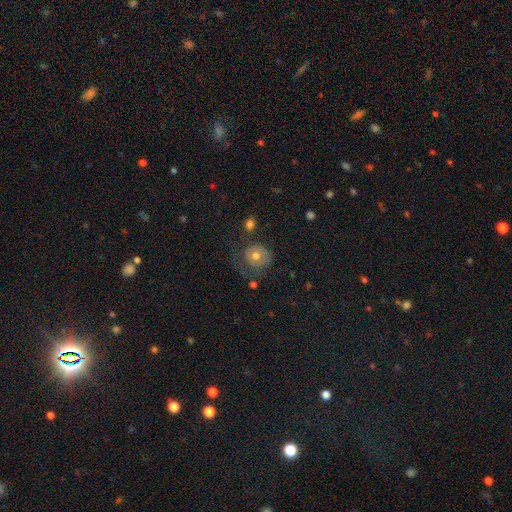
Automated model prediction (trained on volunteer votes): The model was most divided on "merging": none: 50%, minor disturbance: 24%, major disturbance: 22%, merger: 5%. More confident: how rounded — round (84%); smooth or featured — smooth (65%).